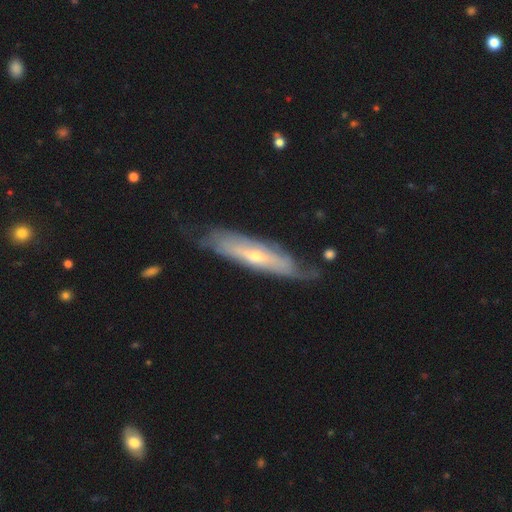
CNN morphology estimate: A featured or disk galaxy (73%). Merging: none (66%).